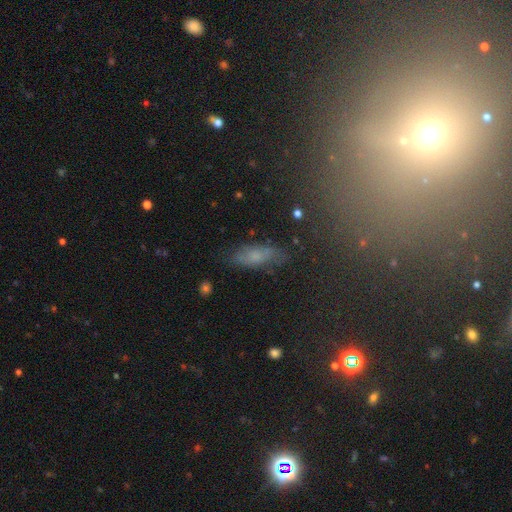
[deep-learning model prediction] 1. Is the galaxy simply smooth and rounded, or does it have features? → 61% smooth, 26% featured or disk, 13% star or artifact.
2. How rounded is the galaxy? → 63% in between, 33% cigar-shaped, 4% round.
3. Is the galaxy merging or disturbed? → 71% none, 20% minor disturbance, 6% major disturbance, 3% merger.